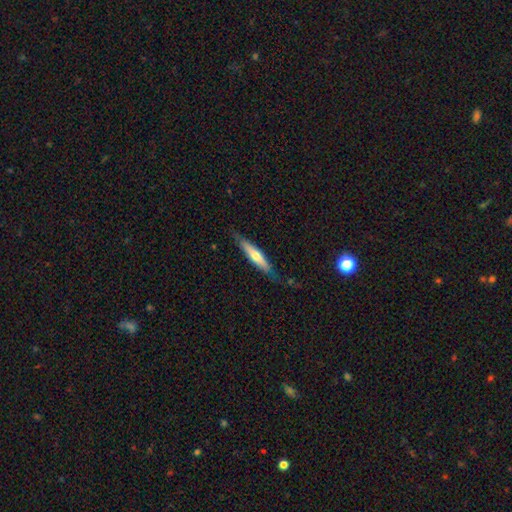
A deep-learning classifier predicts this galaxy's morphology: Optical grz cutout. It shows a smooth galaxy with no disk features (50%). Merging: none (77%).